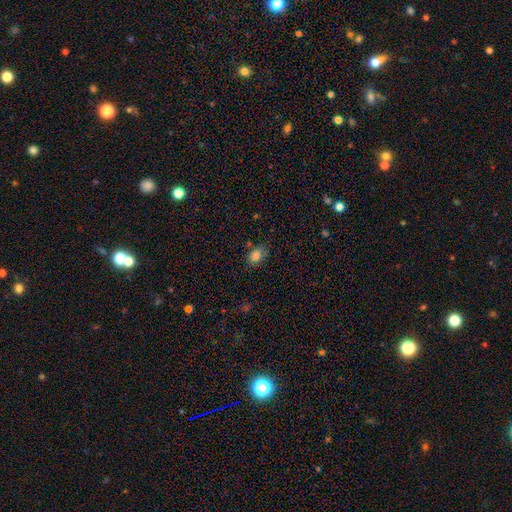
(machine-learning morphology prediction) This appears to be a smooth galaxy with no disk features (84%) that is in between round and cigar-shaped (75%). Merging: none (72%).